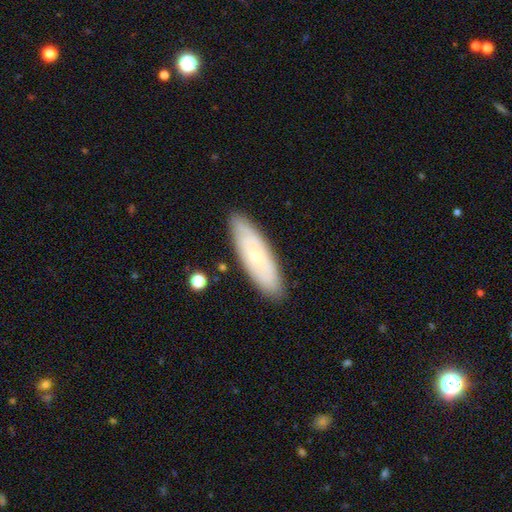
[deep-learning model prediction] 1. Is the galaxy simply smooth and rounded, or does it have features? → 49% smooth, 45% featured or disk, 7% star or artifact.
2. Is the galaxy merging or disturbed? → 85% none, 11% minor disturbance, 2% major disturbance, 2% merger.